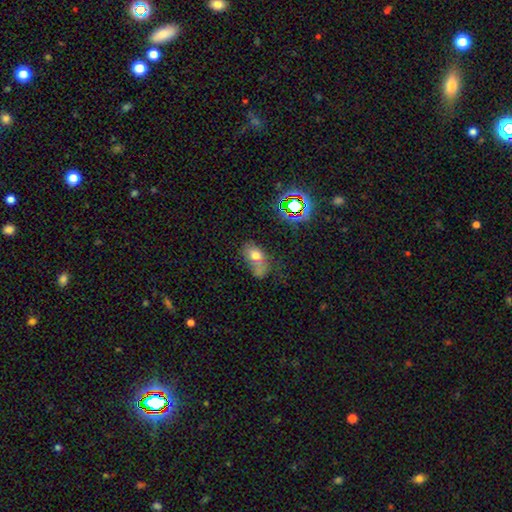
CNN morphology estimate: Smooth or featured?
  - smooth: 65% *
  - featured or disk: 19%
  - star or artifact: 17%
How rounded?
  - in between: 80% *
  - round: 18%
  - cigar-shaped: 2%
Merging?
  - none: 31% *
  - minor disturbance: 25%
  - merger: 23%
  - major disturbance: 22%